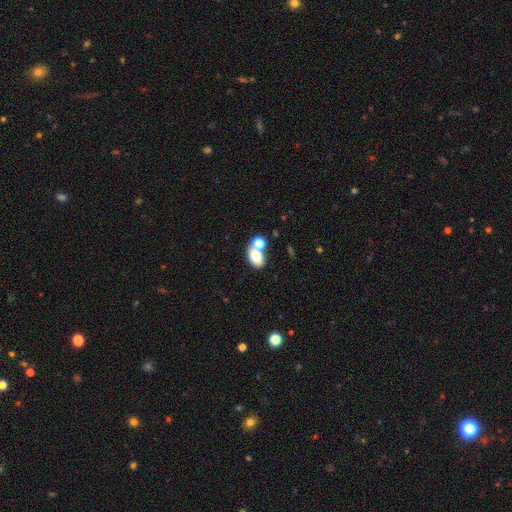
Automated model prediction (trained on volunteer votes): A smooth galaxy with no disk features (75%) that is in between round and cigar-shaped (80%).

Vote fractions:
- Smooth or featured? smooth: 75% / featured or disk: 15% / star or artifact: 10%
- How rounded? in between: 80% / round: 19% / cigar-shaped: 2%
- Merging? merger: 45% / none: 40% / minor disturbance: 10% / major disturbance: 5%